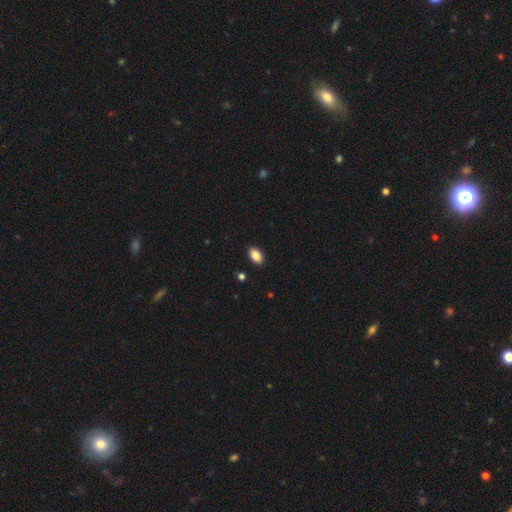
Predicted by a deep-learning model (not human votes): smooth-or-featured: smooth: 88% | star or artifact: 8% | featured or disk: 4%
  how-rounded: in between: 91% | round: 7% | cigar-shaped: 2%
  merging: none: 90% | minor disturbance: 7% | major disturbance: 2% | merger: 1%